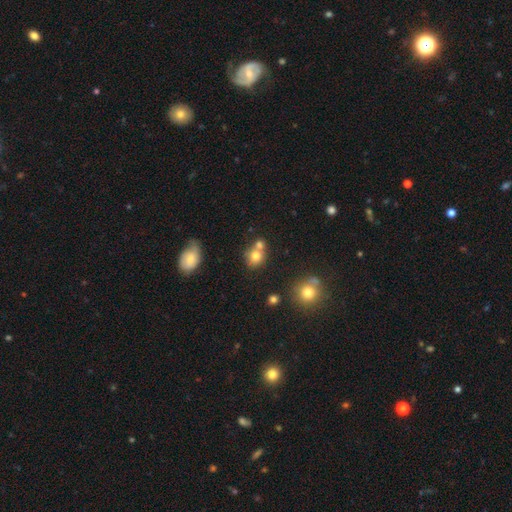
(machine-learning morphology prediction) The model was most divided on "merging": none: 46%, merger: 40%, minor disturbance: 10%, major disturbance: 4%. More confident: smooth or featured — smooth (75%); how rounded — round (74%).